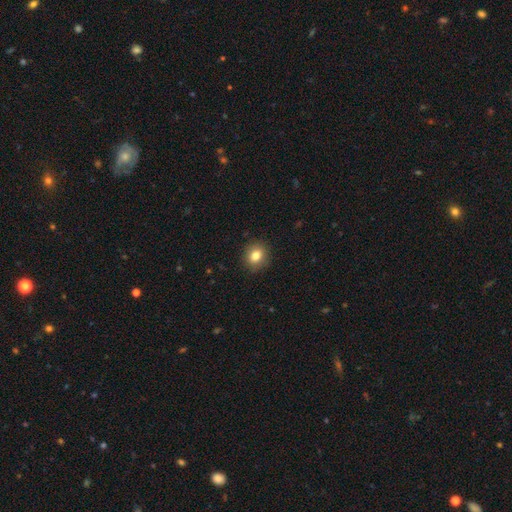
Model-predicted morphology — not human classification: A smooth galaxy with no disk features (82%) that is round (75%).

Vote fractions:
- Smooth or featured? smooth: 82% / star or artifact: 11% / featured or disk: 7%
- How rounded? round: 75% / in between: 24% / cigar-shaped: 1%
- Merging? none: 90% / minor disturbance: 7% / major disturbance: 2% / merger: 1%